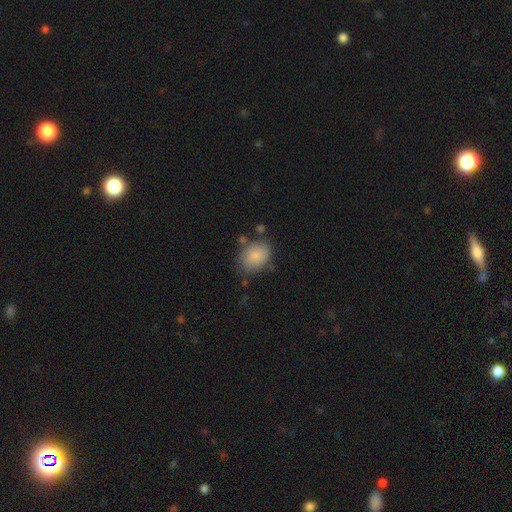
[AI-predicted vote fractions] Overall: smooth (85%). How rounded: in between (66%; round 33%). Merging: none (70%).